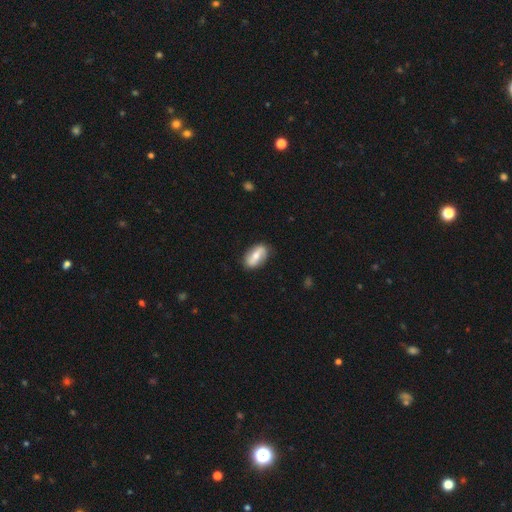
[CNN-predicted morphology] smooth-or-featured: smooth: 52% | featured or disk: 42% | star or artifact: 6%
  how-rounded: in between: 88% | cigar-shaped: 7% | round: 5%
  merging: none: 85% | minor disturbance: 11% | major disturbance: 2% | merger: 1%